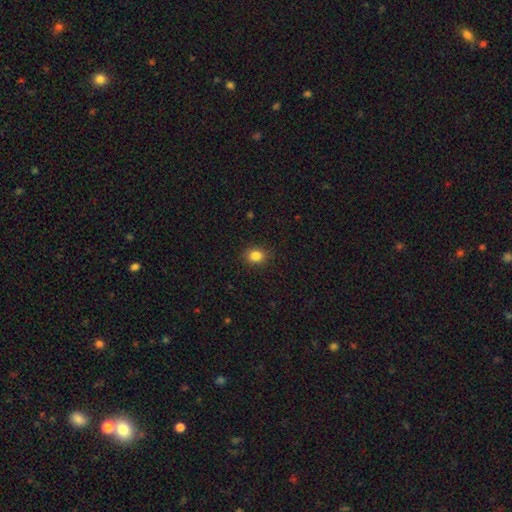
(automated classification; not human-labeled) Q: Smooth or featured?
A: smooth (84%); runner-up: star or artifact (11%)
Q: How rounded?
A: round (59%); runner-up: in between (40%)
Q: Merging?
A: none (88%); runner-up: minor disturbance (8%)